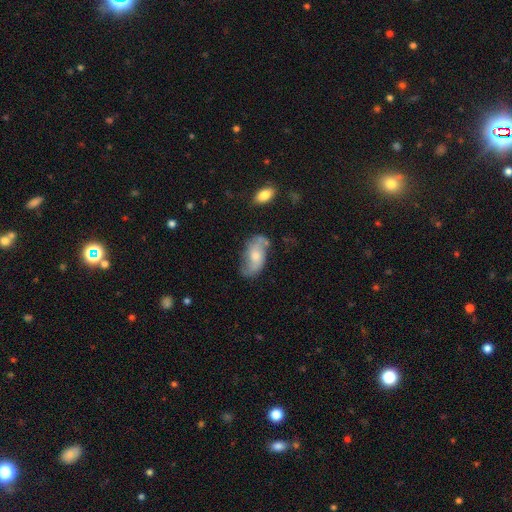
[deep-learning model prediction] Overall: featured or disk (57%; smooth 36%). Edge-on disk: no (93%). Bar: no (63%; weak 31%). Spiral arms: yes (83%). Bulge size: moderate (54%; small 29%). Merging: none (57%; minor disturbance 26%).